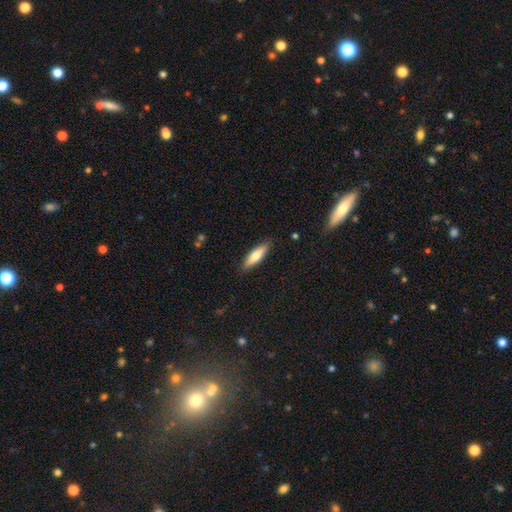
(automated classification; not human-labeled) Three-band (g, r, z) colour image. It shows a smooth galaxy with no disk features (68%) that is cigar-shaped (63%). Merging: none (88%).